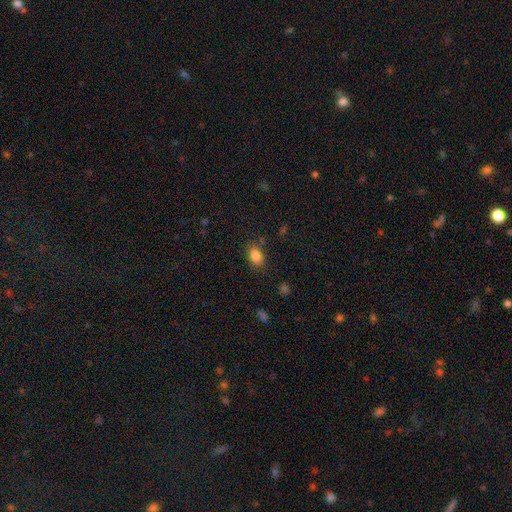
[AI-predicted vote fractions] smooth_or_featured: smooth (p=0.85) [alt: star or artifact p=0.10]
how_rounded: in between (p=0.84) [alt: round p=0.14]
merging: none (p=0.81) [alt: minor disturbance p=0.13]